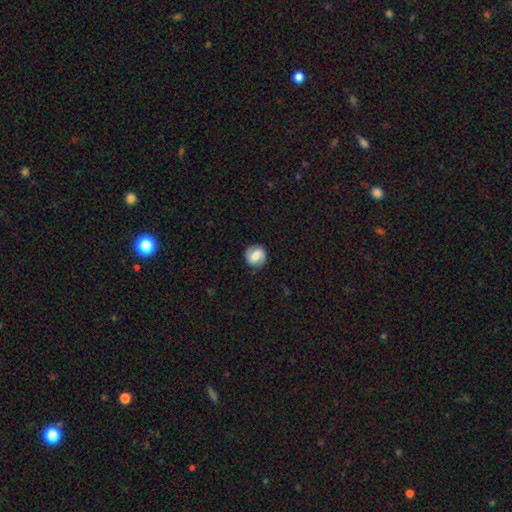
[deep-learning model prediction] Morphology: type=featured or disk (47%); merging=none (81%).